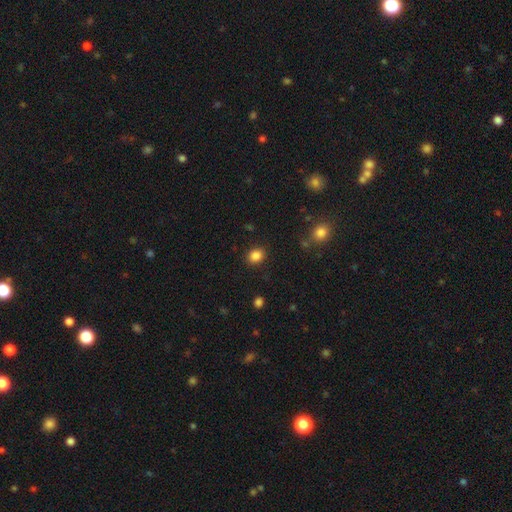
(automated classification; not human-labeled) smooth 86%, star or artifact 11%, featured or disk 4%. Down the decision tree: how rounded — round (58%); merging — none (87%).